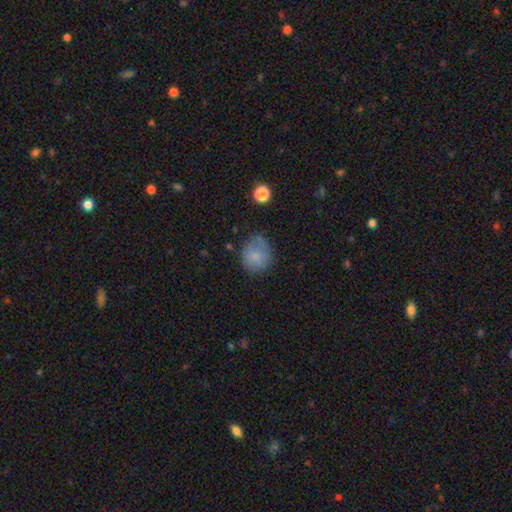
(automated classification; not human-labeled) Overall: smooth (76%). How rounded: round (78%). Merging: none (57%; minor disturbance 29%).